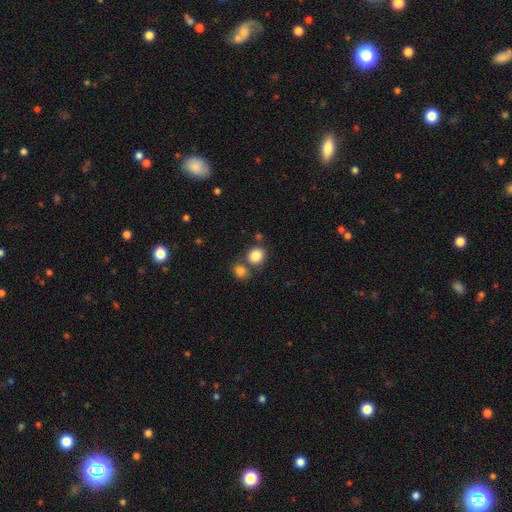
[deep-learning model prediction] Smooth or featured? smooth (85%)
How rounded? round (80%)
Merging? none (61%)